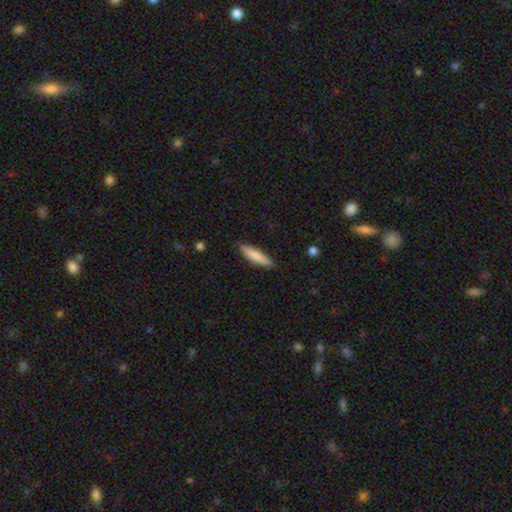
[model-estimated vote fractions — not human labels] A smooth galaxy with no disk features (80%) that is cigar-shaped (82%).

Vote fractions:
- Smooth or featured? smooth: 80% / featured or disk: 15% / star or artifact: 5%
- How rounded? cigar-shaped: 82% / in between: 17% / round: 1%
- Merging? none: 87% / minor disturbance: 10% / major disturbance: 2% / merger: 1%